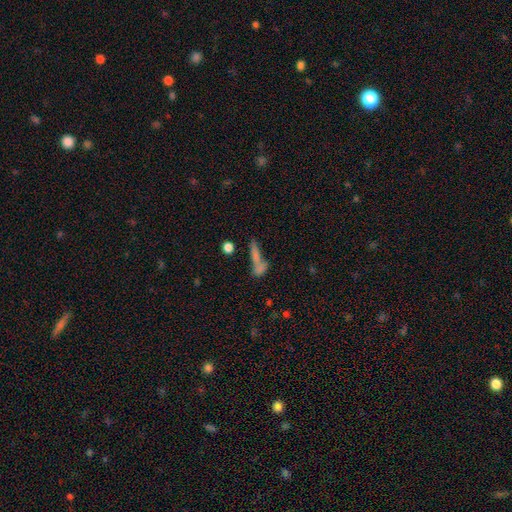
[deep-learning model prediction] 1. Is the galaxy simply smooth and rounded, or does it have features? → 61% smooth, 21% featured or disk, 17% star or artifact.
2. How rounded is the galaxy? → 61% cigar-shaped, 30% in between, 9% round.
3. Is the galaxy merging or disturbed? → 41% none, 39% merger, 11% minor disturbance, 9% major disturbance.